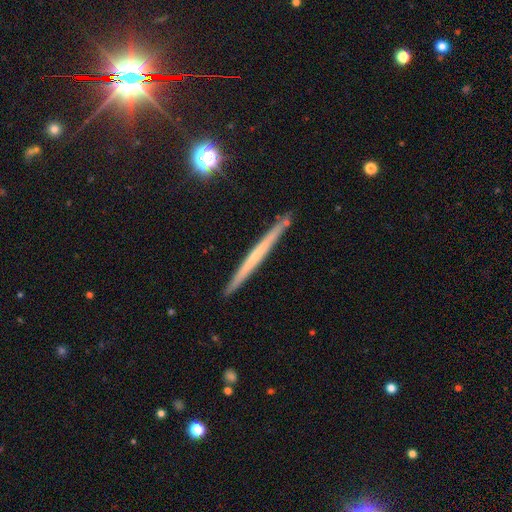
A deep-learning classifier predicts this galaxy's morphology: This appears to be a featured or disk galaxy (53%) viewed edge-on (97%) with no central bulge (87%). Merging: none (90%).